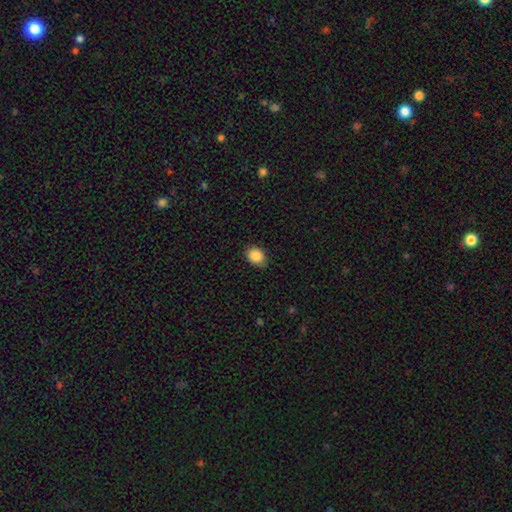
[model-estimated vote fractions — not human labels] Overall: smooth (87%). How rounded: in between (64%; round 35%). Merging: none (80%).